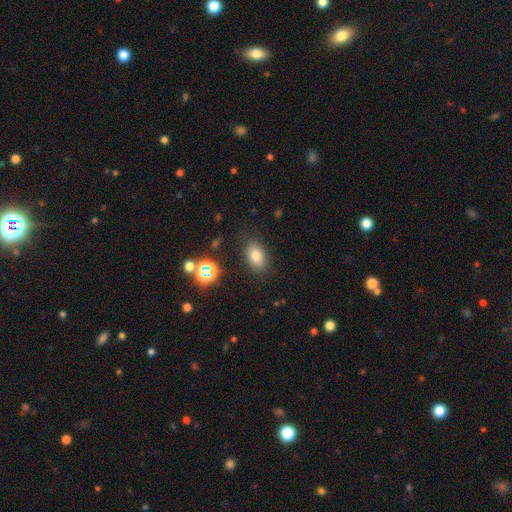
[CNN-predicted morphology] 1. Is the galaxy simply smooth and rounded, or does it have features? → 78% smooth, 13% star or artifact, 9% featured or disk.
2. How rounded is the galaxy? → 85% in between, 13% round, 2% cigar-shaped.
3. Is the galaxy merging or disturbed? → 84% none, 11% minor disturbance, 3% major disturbance, 2% merger.